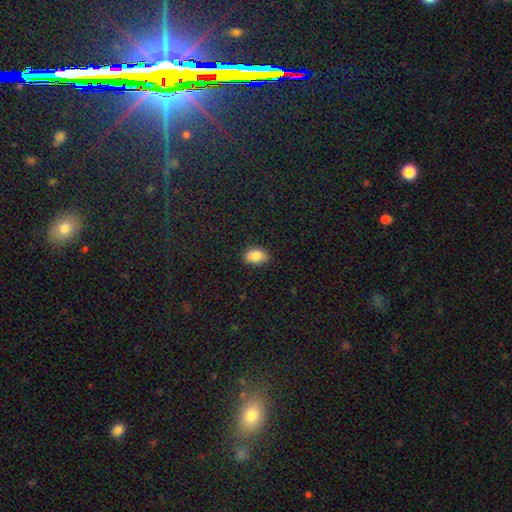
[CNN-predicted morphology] The model was most divided on "how rounded": in between: 80%, round: 19%, cigar-shaped: 1%. More confident: smooth or featured — smooth (84%); merging — none (80%).